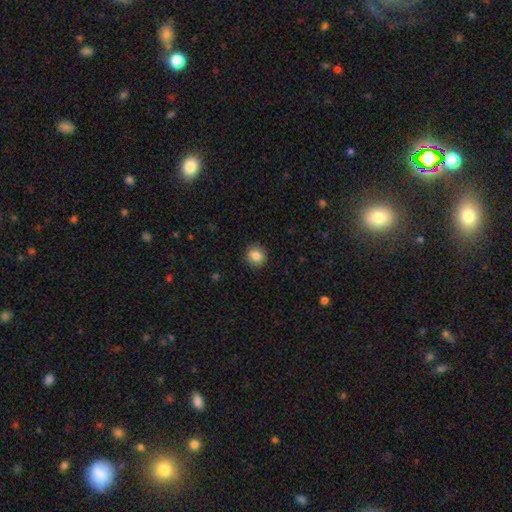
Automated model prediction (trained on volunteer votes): Smooth or featured? smooth (85%)
How rounded? round (79%)
Merging? none (90%)